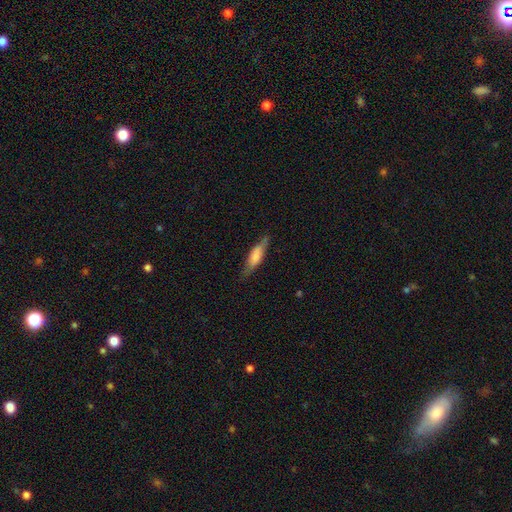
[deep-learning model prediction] smooth-or-featured: smooth: 67% | featured or disk: 27% | star or artifact: 6%
  how-rounded: cigar-shaped: 63% | in between: 36% | round: 2%
  merging: none: 73% | minor disturbance: 20% | major disturbance: 5% | merger: 2%